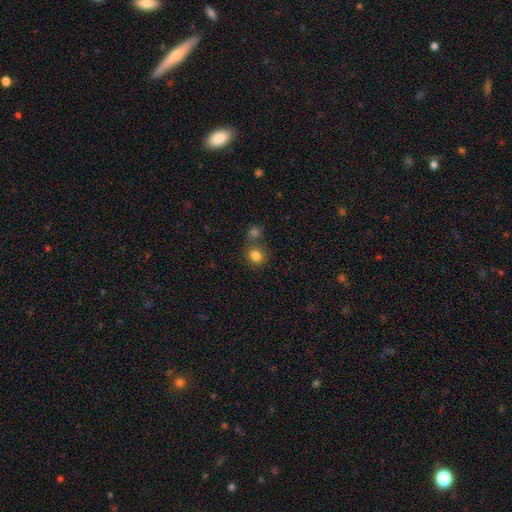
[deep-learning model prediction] This appears to be a smooth galaxy with no disk features (83%) that is round (72%). Merging: none (59%).